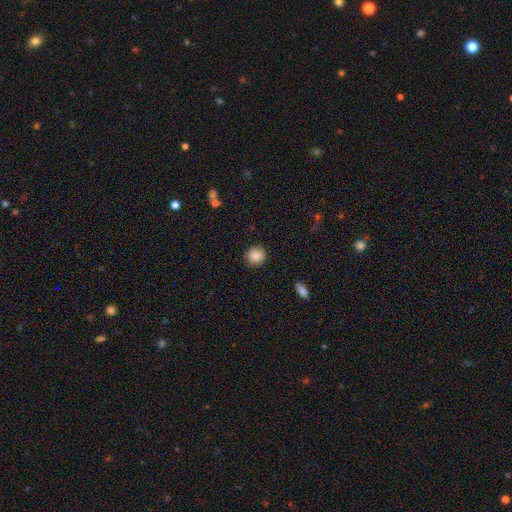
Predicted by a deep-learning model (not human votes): A smooth galaxy with no disk features (85%) that is round (92%).

Vote fractions:
- Smooth or featured? smooth: 85% / star or artifact: 9% / featured or disk: 6%
- How rounded? round: 92% / in between: 7% / cigar-shaped: 1%
- Merging? none: 90% / minor disturbance: 7% / major disturbance: 2% / merger: 1%